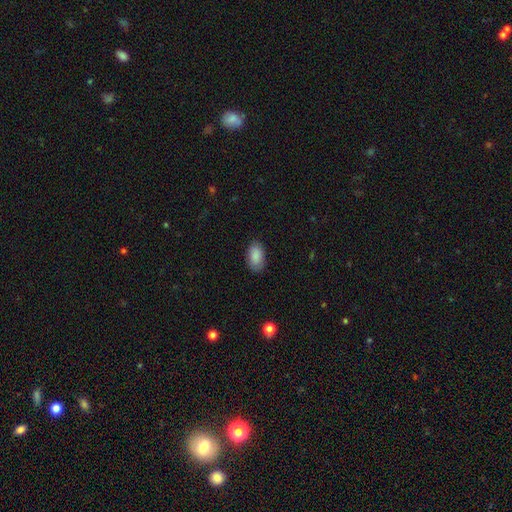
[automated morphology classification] type=smooth (88%); roundness=in between (94%); merging=none (84%).